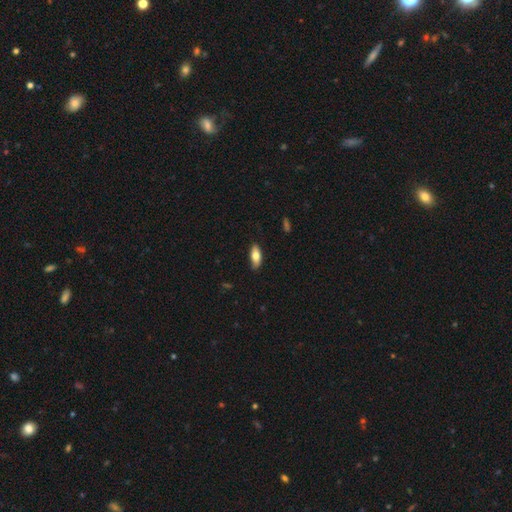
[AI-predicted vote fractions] smooth 71%, featured or disk 23%, star or artifact 6%. Down the decision tree: how rounded — in between (79%); merging — none (80%).